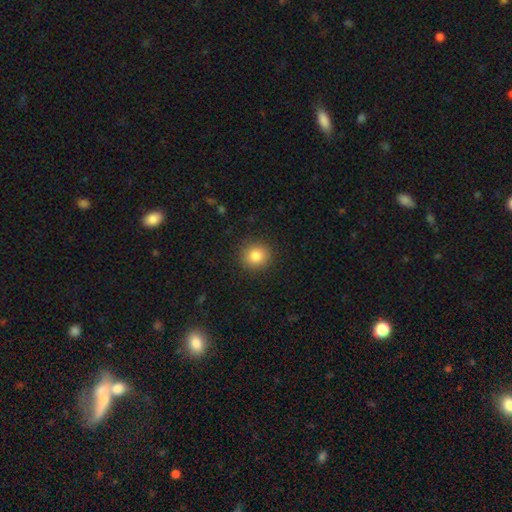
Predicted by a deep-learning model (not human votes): Smooth or featured? Predicted: smooth (p=0.84). How rounded? Predicted: round (p=0.87). Merging? Predicted: none (p=0.90).